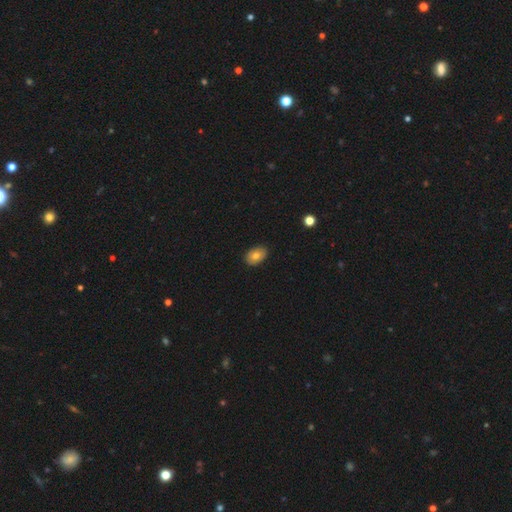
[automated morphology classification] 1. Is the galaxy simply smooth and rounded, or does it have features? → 78% smooth, 13% featured or disk, 9% star or artifact.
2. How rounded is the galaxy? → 84% in between, 15% round, 1% cigar-shaped.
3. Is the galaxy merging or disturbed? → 88% none, 9% minor disturbance, 2% major disturbance, 1% merger.